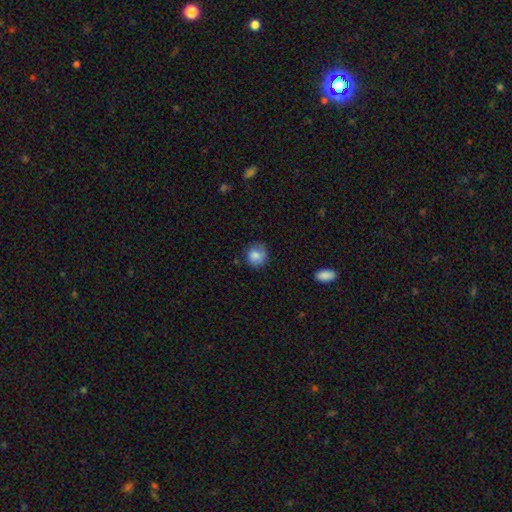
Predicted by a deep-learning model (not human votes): Smooth or featured? Predicted: smooth (p=0.80). How rounded? Predicted: round (p=0.83). Merging? Predicted: none (p=0.73).